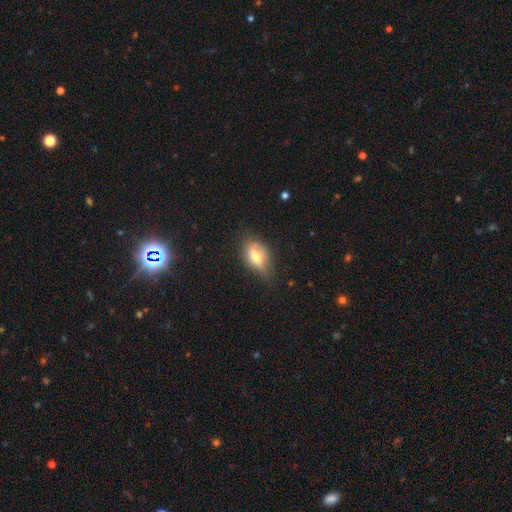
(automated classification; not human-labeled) This is possibly a smooth galaxy (54%). How rounded: likely in between (79%). Merging: likely none (64%).